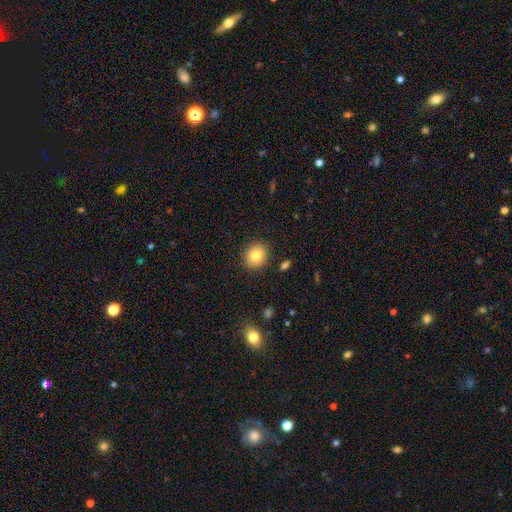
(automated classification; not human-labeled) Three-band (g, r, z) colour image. It shows a smooth galaxy with no disk features (81%) that is round (77%). Merging: none (89%).